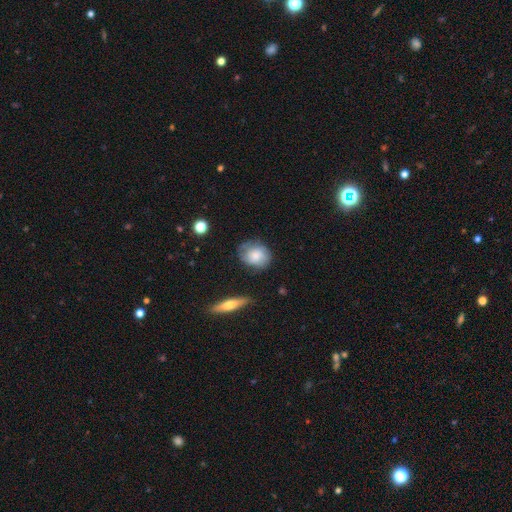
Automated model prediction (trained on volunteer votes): A smooth galaxy with no disk features (64%) that is round (58%). Merging: none (65%).